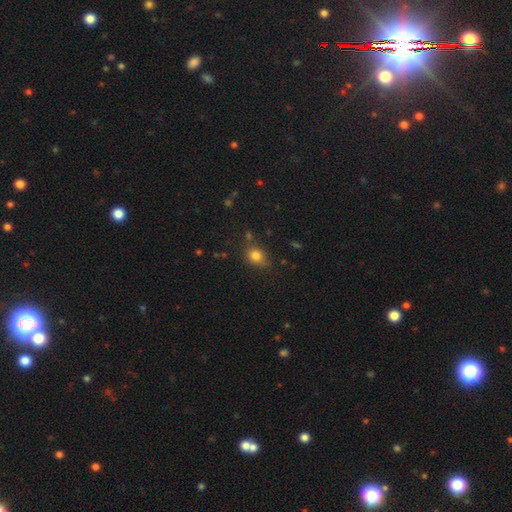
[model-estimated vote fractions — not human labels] Smooth or featured: smooth — 81% (star or artifact — 12%)
How rounded: in between — 50% (round — 49%)
Merging: none — 73% (minor disturbance — 18%)